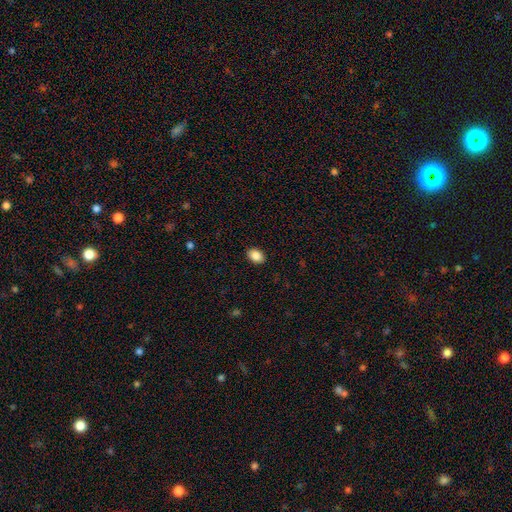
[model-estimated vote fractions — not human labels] Smooth or featured?
  - smooth: 88% *
  - star or artifact: 8%
  - featured or disk: 4%
How rounded?
  - in between: 77% *
  - round: 22%
  - cigar-shaped: 1%
Merging?
  - none: 90% *
  - minor disturbance: 7%
  - major disturbance: 2%
  - merger: 1%